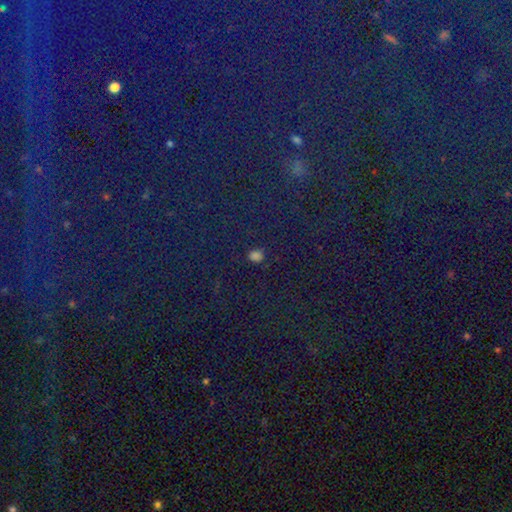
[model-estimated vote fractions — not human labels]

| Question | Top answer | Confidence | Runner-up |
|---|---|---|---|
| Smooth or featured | smooth | 67% | star or artifact (28%) |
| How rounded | round | 56% | in between (43%) |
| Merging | none | 84% | minor disturbance (11%) |